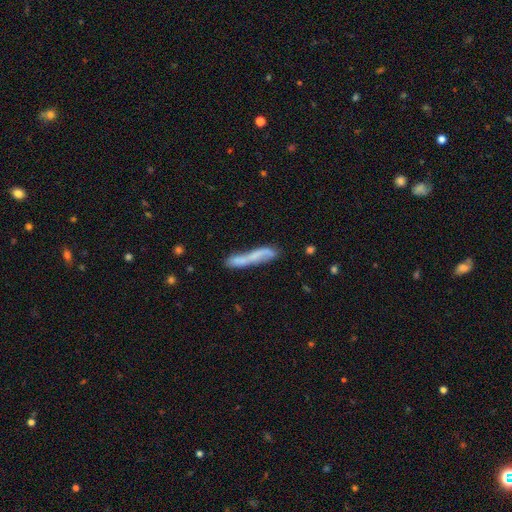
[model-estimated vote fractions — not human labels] This appears to be a smooth galaxy with no disk features (49%). Merging: none (55%).